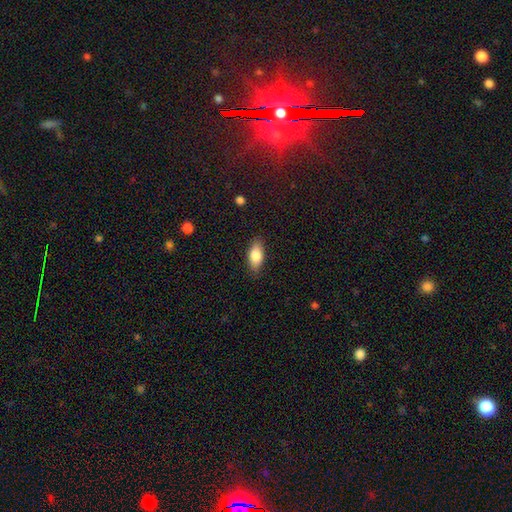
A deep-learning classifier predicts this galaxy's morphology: Smooth or featured: smooth — 82% (featured or disk — 11%)
How rounded: in between — 86% (cigar-shaped — 10%)
Merging: none — 85% (minor disturbance — 11%)